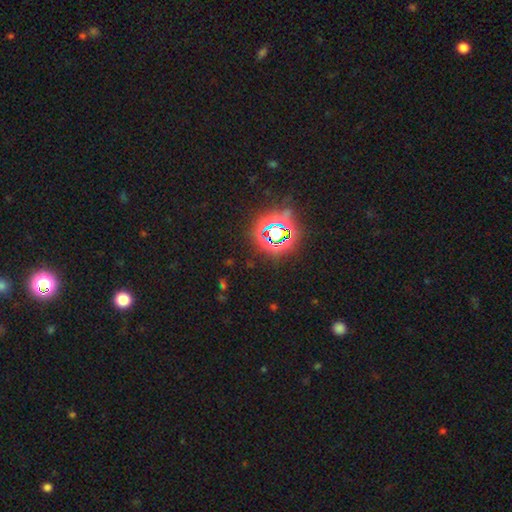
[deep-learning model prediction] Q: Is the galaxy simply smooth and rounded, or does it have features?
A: star or artifact — 81%.